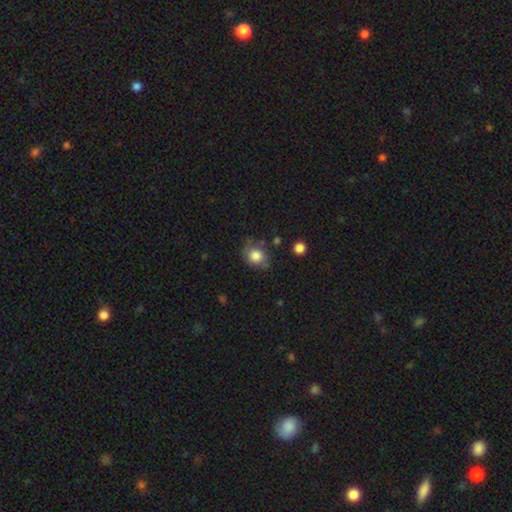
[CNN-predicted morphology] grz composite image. It shows a smooth galaxy with no disk features (75%) that is round (57%). Merging: none (63%).